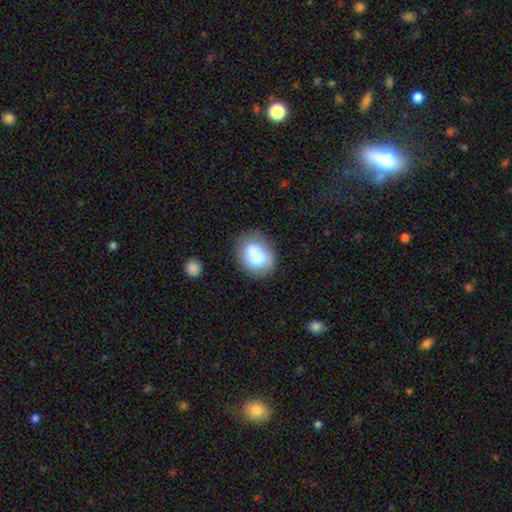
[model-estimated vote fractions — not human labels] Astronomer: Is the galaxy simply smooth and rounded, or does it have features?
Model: smooth — 80%.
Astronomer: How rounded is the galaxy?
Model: in between — 63%.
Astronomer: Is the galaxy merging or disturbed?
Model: none — 64%.